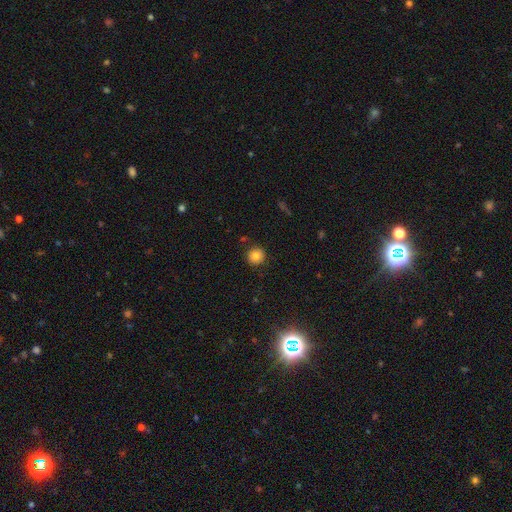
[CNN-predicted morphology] Q: Smooth or featured?
A: smooth (82%); runner-up: star or artifact (11%)
Q: How rounded?
A: round (93%); runner-up: in between (6%)
Q: Merging?
A: none (87%); runner-up: minor disturbance (8%)